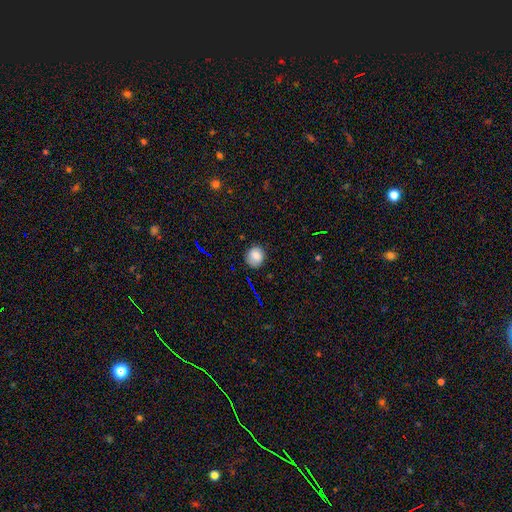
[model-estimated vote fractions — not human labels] The model was most divided on "how rounded": round: 78%, in between: 21%, cigar-shaped: 1%. More confident: smooth or featured — smooth (81%); merging — none (80%).